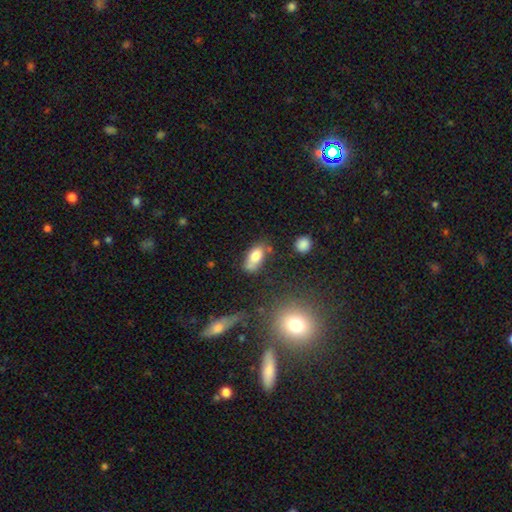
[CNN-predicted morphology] Q: Smooth or featured?
A: smooth (77%); runner-up: featured or disk (15%)
Q: How rounded?
A: in between (88%); runner-up: cigar-shaped (7%)
Q: Merging?
A: none (56%); runner-up: minor disturbance (25%)